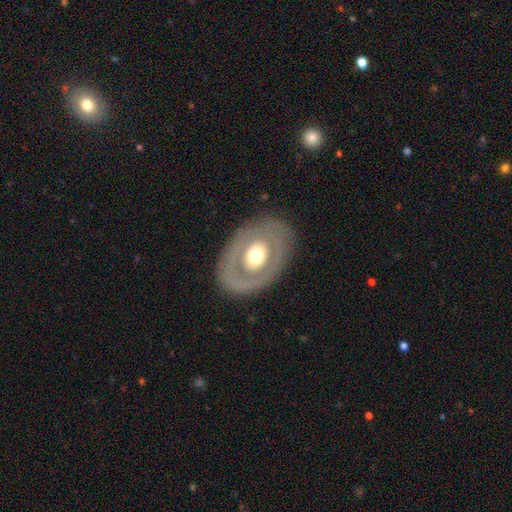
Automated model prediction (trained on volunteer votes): smooth_or_featured: featured or disk (p=0.57) [alt: smooth p=0.37]
disk_edge_on: no (p=0.92) [alt: yes p=0.08]
bar: no (p=0.87) [alt: weak p=0.09]
has_spiral_arms: no (p=0.89) [alt: yes p=0.11]
bulge_size: moderate (p=0.60) [alt: large p=0.31]
merging: none (p=0.82) [alt: minor disturbance p=0.11]